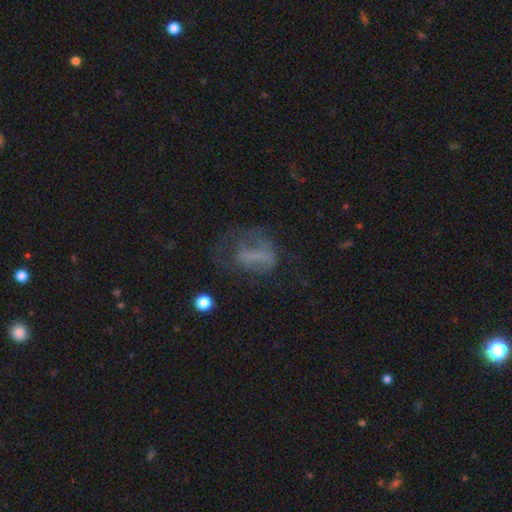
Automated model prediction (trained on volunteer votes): A featured or disk galaxy (44%). Merging: major disturbance (40%).